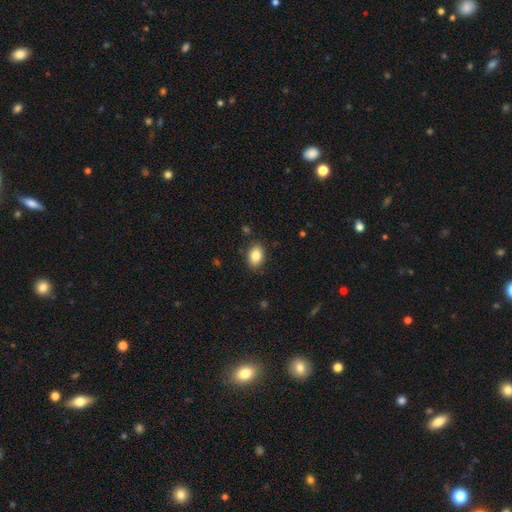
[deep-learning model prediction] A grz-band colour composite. It shows a smooth galaxy with no disk features (86%) that is in between round and cigar-shaped (80%). Merging: none (86%).